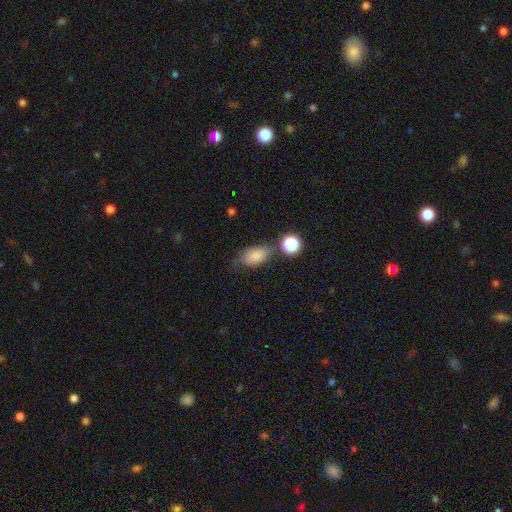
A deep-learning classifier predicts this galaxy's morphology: The model was most divided on "merging": none: 54%, minor disturbance: 25%, merger: 12%, major disturbance: 9%. More confident: how rounded — in between (87%); smooth or featured — smooth (81%).